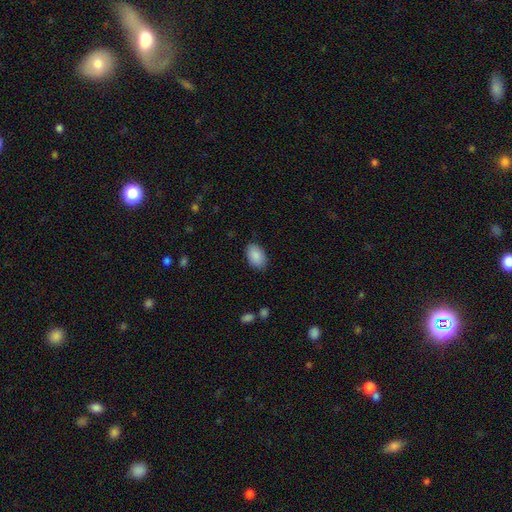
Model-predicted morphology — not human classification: This appears to be a smooth galaxy with no disk features (90%) that is in between round and cigar-shaped (92%). Merging: none (86%).